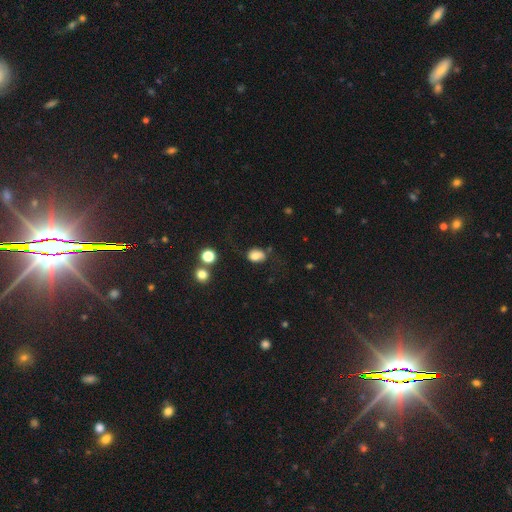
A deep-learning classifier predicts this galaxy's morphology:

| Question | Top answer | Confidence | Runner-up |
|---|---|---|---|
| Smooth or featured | smooth | 74% | featured or disk (14%) |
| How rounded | in between | 66% | round (33%) |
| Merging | none | 53% | minor disturbance (27%) |